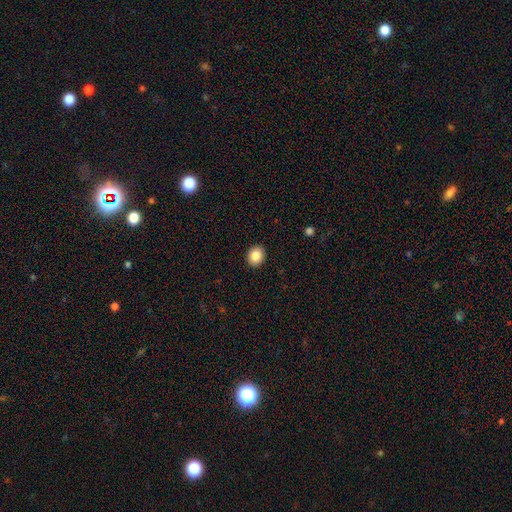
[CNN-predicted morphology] Smooth or featured? Predicted: smooth (p=0.86). How rounded? Predicted: round (p=0.63). Merging? Predicted: none (p=0.92).